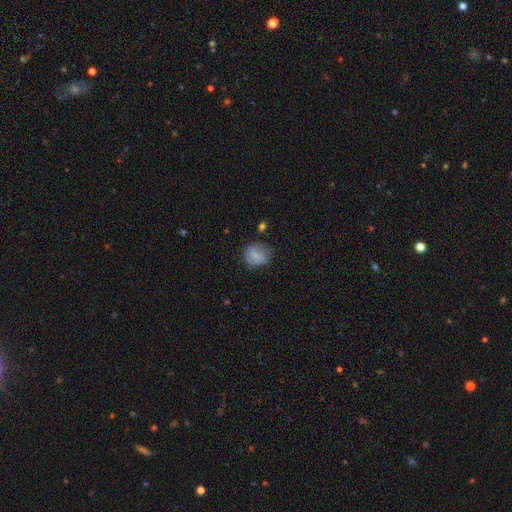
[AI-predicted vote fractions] smooth-or-featured: smooth: 76% | featured or disk: 14% | star or artifact: 10%
  how-rounded: round: 65% | in between: 34% | cigar-shaped: 1%
  merging: none: 63% | minor disturbance: 25% | major disturbance: 10% | merger: 3%